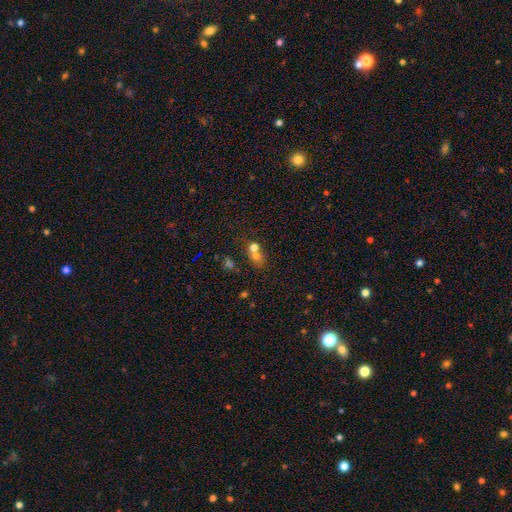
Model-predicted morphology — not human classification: Smooth or featured? Predicted: smooth (p=0.65). How rounded? Predicted: round (p=0.63). Merging? Predicted: merger (p=0.57).